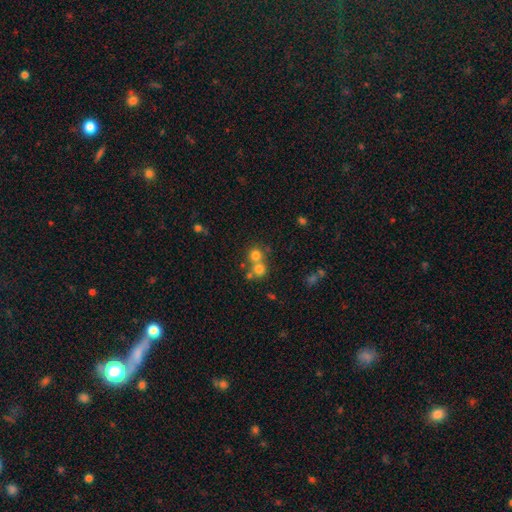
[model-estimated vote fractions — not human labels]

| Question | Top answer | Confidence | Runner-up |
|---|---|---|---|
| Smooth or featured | smooth | 72% | star or artifact (16%) |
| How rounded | round | 88% | in between (11%) |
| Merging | none | 47% | merger (44%) |